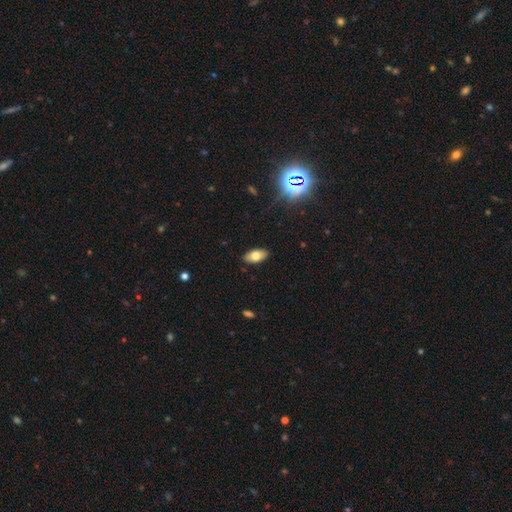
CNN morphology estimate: smooth_or_featured: smooth (p=0.76) [alt: featured or disk p=0.15]
how_rounded: in between (p=0.92) [alt: cigar-shaped p=0.04]
merging: none (p=0.88) [alt: minor disturbance p=0.09]